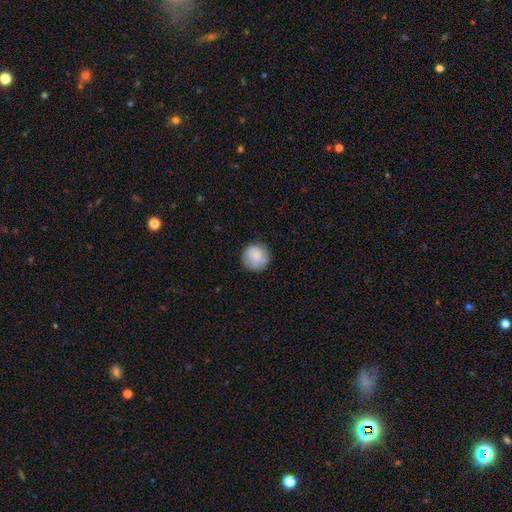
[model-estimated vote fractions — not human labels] Smooth or featured? smooth (87%)
How rounded? round (94%)
Merging? none (85%)